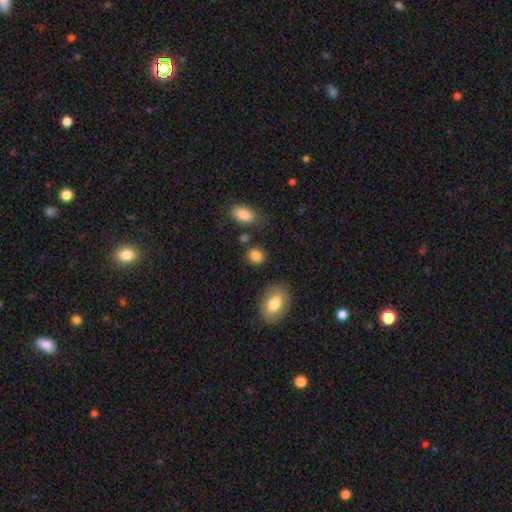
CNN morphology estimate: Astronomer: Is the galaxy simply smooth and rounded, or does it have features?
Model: smooth — 85%.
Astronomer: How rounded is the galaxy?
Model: round — 63%.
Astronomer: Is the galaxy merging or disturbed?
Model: none — 78%.